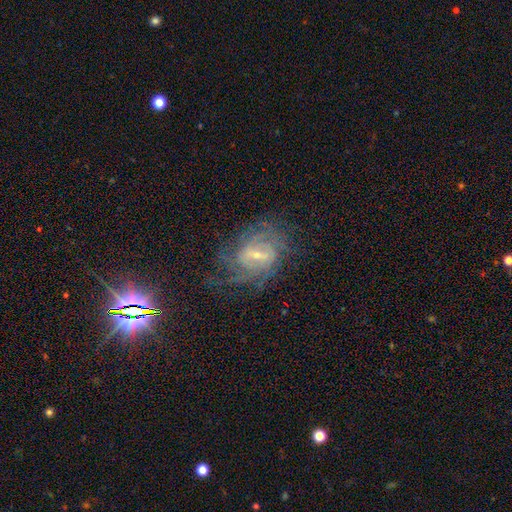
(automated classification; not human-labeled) featured or disk 65%, star or artifact 22%, smooth 13%. Down the decision tree: edge-on disk — no (93%); bar — weak (49%); spiral arms — yes (83%); spiral arm count — can't tell (48%); spiral winding — tight (44%); bulge size — small (59%); merging — none (62%).